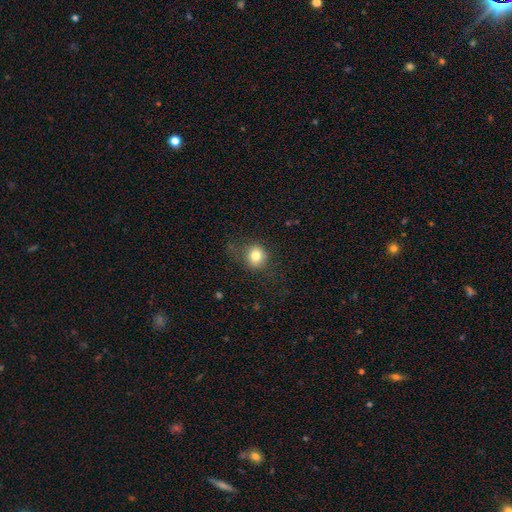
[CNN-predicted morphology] Overall: smooth (79%). How rounded: round (79%). Merging: none (71%).